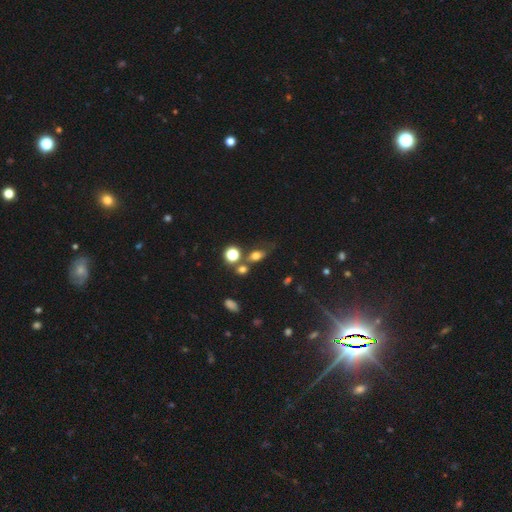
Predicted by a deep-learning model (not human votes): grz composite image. It shows a smooth galaxy with no disk features (70%) that is in between round and cigar-shaped (66%). Merging: none (53%).